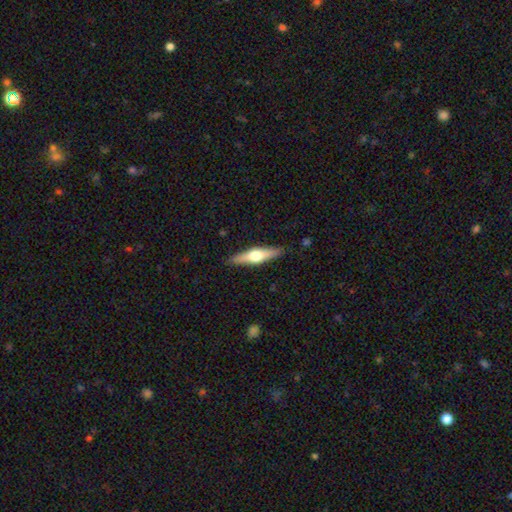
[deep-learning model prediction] Overall: featured or disk (59%; smooth 36%). Edge-on disk: yes (96%). Edge-on bulge: rounded (94%). Merging: none (89%).